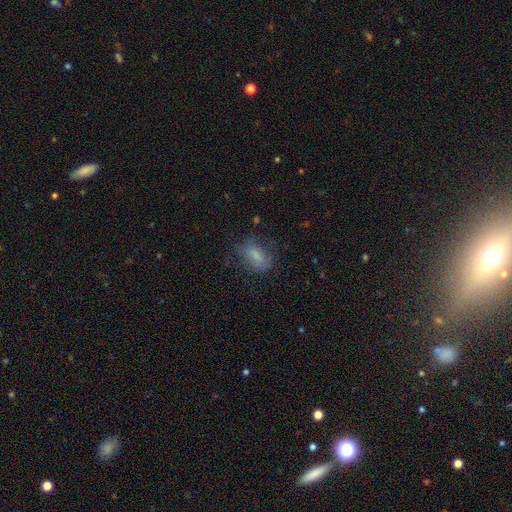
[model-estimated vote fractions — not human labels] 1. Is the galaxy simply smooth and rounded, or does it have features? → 74% smooth, 16% featured or disk, 10% star or artifact.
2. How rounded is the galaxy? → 84% in between, 9% round, 8% cigar-shaped.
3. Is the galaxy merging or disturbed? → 60% none, 25% minor disturbance, 14% major disturbance, 2% merger.